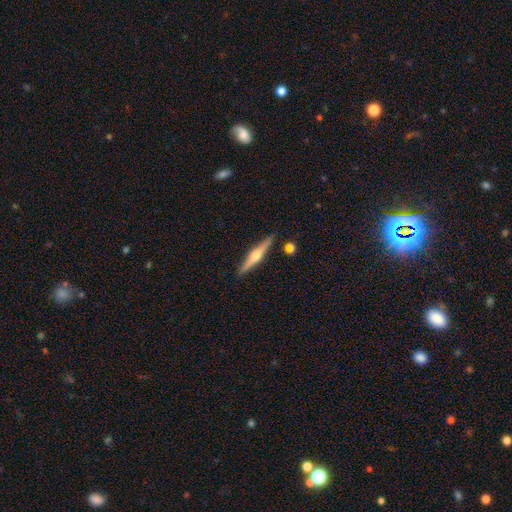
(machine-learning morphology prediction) Smooth or featured? Predicted: featured or disk (p=0.74). Edge-on disk? Predicted: yes (p=0.98). Edge-on bulge? Predicted: rounded (p=0.93). Merging? Predicted: none (p=0.89).